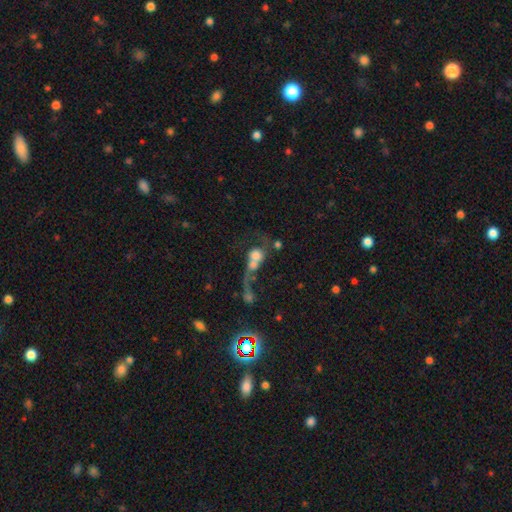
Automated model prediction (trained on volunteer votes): A smooth galaxy with no disk features (47%).

Vote fractions:
- Smooth or featured? smooth: 47% / featured or disk: 41% / star or artifact: 12%
- Merging? merger: 70% / major disturbance: 15% / none: 10% / minor disturbance: 5%